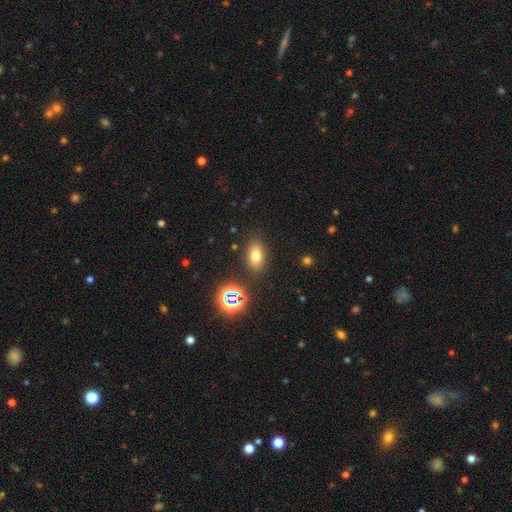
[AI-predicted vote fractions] This appears to be a smooth galaxy with no disk features (71%) that is in between round and cigar-shaped (83%). Merging: none (84%).